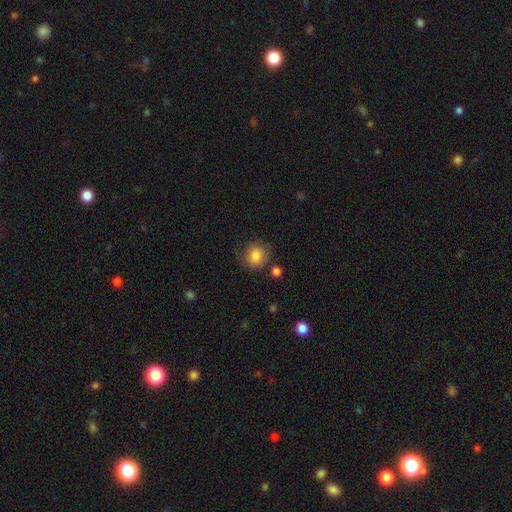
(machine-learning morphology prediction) smooth_or_featured: smooth (p=0.85) [alt: star or artifact p=0.09]
how_rounded: round (p=0.83) [alt: in between p=0.16]
merging: none (p=0.79) [alt: minor disturbance p=0.13]